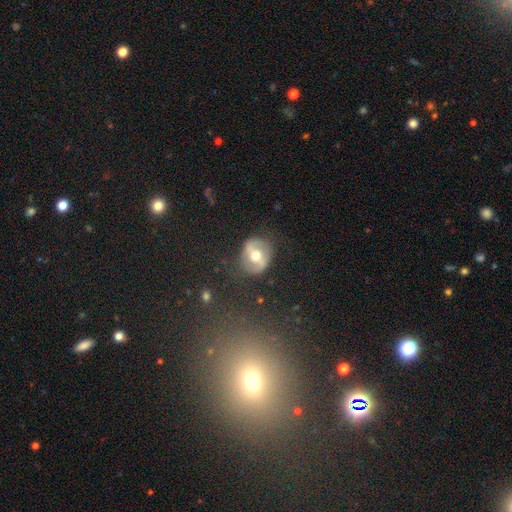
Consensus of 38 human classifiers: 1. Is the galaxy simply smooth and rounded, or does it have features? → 74% featured or disk, 24% smooth, 3% star or artifact.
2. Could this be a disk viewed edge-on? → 100% no, 0% yes.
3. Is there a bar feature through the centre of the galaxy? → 64% strong, 32% weak, 4% no.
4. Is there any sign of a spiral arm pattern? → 57% yes, 43% no.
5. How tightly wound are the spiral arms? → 56% medium, 31% loose, 12% tight.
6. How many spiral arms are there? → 94% 2, 6% 3, 0% 1, 0% 4, 0% more than 4, 0% can't tell.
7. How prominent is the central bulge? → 79% moderate, 11% small, 7% large, 4% none, 0% dominant.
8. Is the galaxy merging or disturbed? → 73% none, 19% minor disturbance, 8% major disturbance, 0% merger.